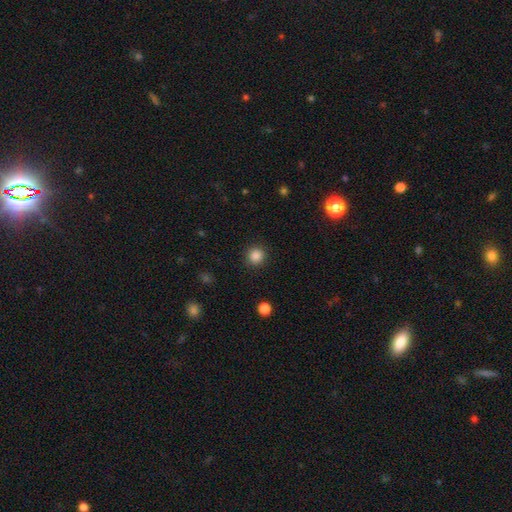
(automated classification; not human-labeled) Smooth or featured? Predicted: smooth (p=0.86). How rounded? Predicted: round (p=0.94). Merging? Predicted: none (p=0.91).